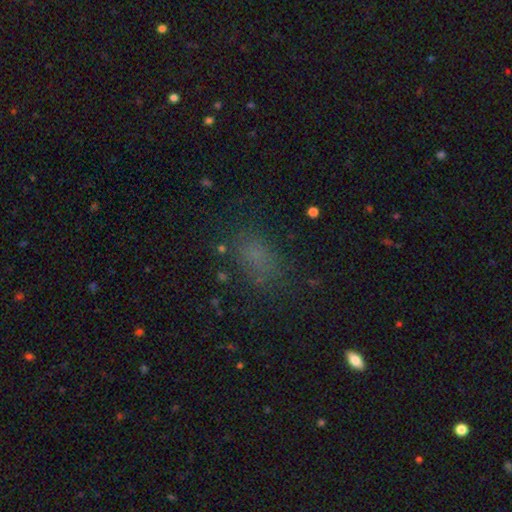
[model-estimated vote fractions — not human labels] The model was most divided on "smooth or featured": smooth: 70%, star or artifact: 21%, featured or disk: 9%. More confident: how rounded — in between (80%); merging — none (71%).